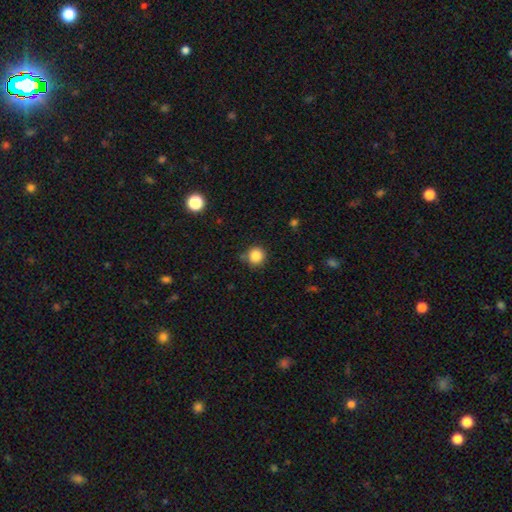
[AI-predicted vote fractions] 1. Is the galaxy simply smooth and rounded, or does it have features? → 85% smooth, 11% star or artifact, 4% featured or disk.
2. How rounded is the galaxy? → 93% round, 6% in between, 1% cigar-shaped.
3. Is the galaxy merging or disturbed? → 81% none, 13% minor disturbance, 3% merger, 3% major disturbance.